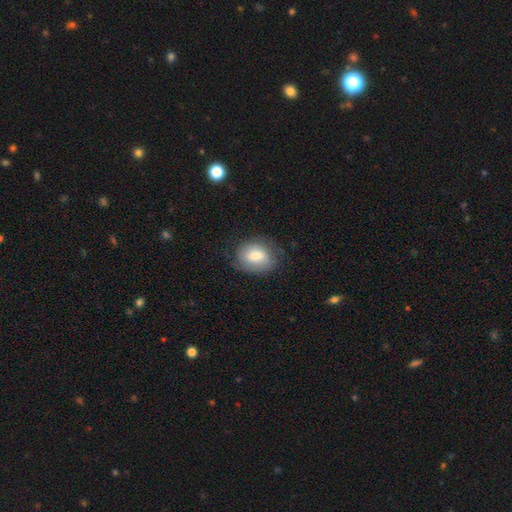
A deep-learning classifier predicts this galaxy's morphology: Q: Smooth or featured?
A: smooth (61%); runner-up: featured or disk (31%)
Q: How rounded?
A: in between (67%); runner-up: round (31%)
Q: Merging?
A: none (71%); runner-up: minor disturbance (20%)